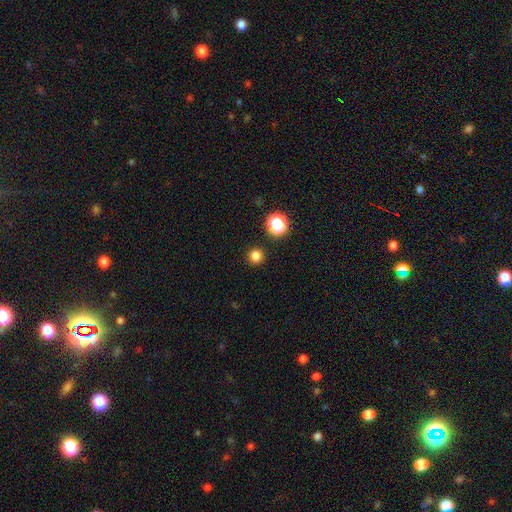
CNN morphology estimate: A smooth galaxy with no disk features (81%) that is round (95%). Merging: none (92%).